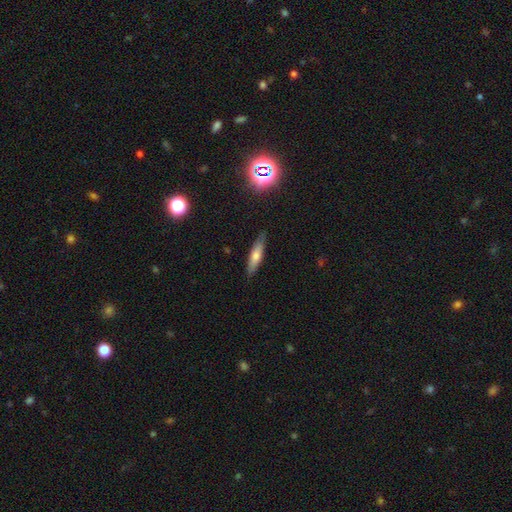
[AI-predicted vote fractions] Smooth or featured? smooth (59%)
How rounded? cigar-shaped (77%)
Merging? none (85%)